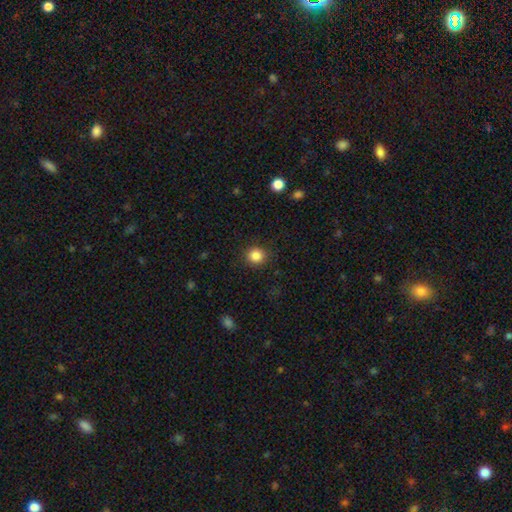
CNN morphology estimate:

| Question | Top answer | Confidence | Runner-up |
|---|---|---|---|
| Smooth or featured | smooth | 86% | star or artifact (10%) |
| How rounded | round | 88% | in between (11%) |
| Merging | none | 89% | minor disturbance (7%) |